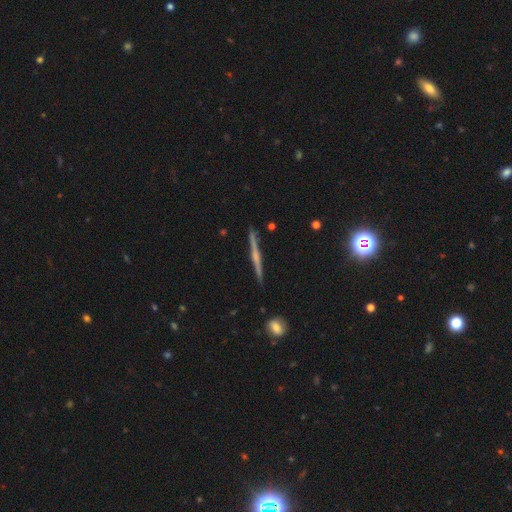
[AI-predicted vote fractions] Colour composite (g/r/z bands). It shows a featured or disk galaxy (72%) viewed edge-on (98%) with a rounded central bulge (57%). Merging: none (91%).